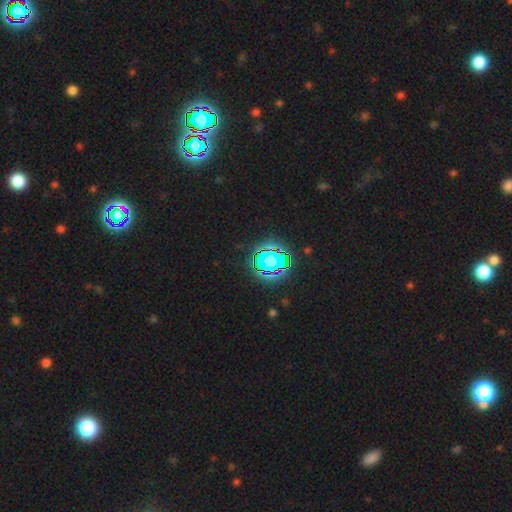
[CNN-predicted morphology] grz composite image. It shows a star or artifact, not a galaxy (82%).